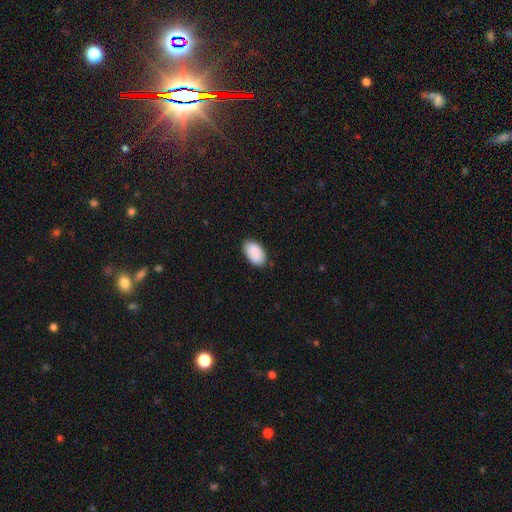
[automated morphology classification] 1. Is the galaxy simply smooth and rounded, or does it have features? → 90% smooth, 6% star or artifact, 4% featured or disk.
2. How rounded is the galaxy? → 95% in between, 3% round, 1% cigar-shaped.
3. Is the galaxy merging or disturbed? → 84% none, 13% minor disturbance, 2% major disturbance, 1% merger.